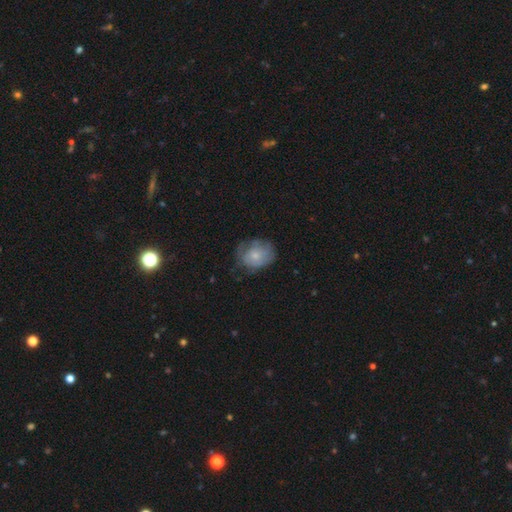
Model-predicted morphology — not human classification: smooth-or-featured: smooth: 63% | featured or disk: 30% | star or artifact: 7%
  how-rounded: round: 54% | in between: 45% | cigar-shaped: 1%
  merging: none: 51% | minor disturbance: 32% | major disturbance: 16% | merger: 1%